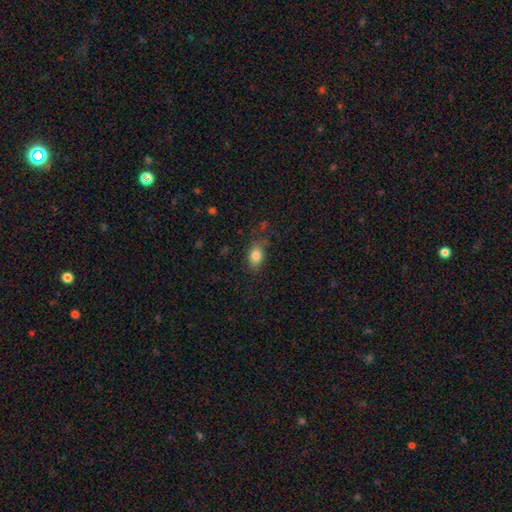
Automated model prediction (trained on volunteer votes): smooth_or_featured: smooth (p=0.83) [alt: star or artifact p=0.09]
how_rounded: in between (p=0.83) [alt: round p=0.15]
merging: none (p=0.77) [alt: minor disturbance p=0.16]